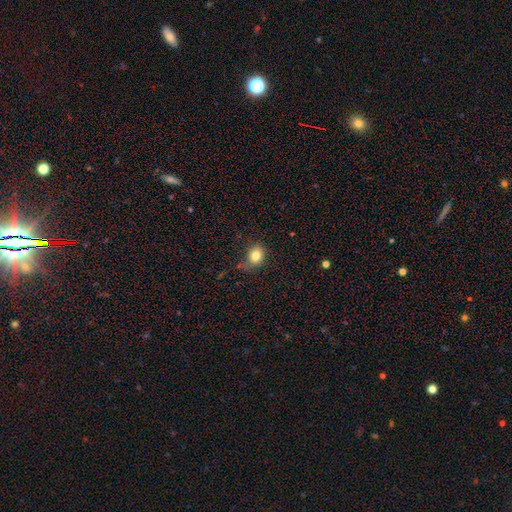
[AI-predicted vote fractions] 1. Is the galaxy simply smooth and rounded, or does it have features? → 82% smooth, 11% star or artifact, 7% featured or disk.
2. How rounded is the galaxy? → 61% round, 38% in between, 1% cigar-shaped.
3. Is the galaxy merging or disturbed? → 71% none, 19% minor disturbance, 6% major disturbance, 4% merger.